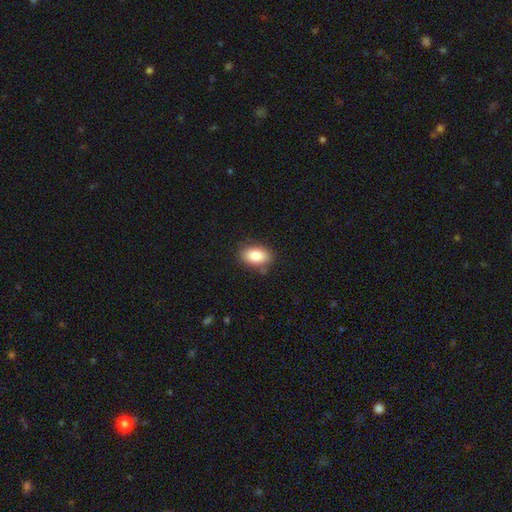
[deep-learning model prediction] This appears to be a smooth galaxy with no disk features (84%) that is in between round and cigar-shaped (89%). Merging: none (80%).